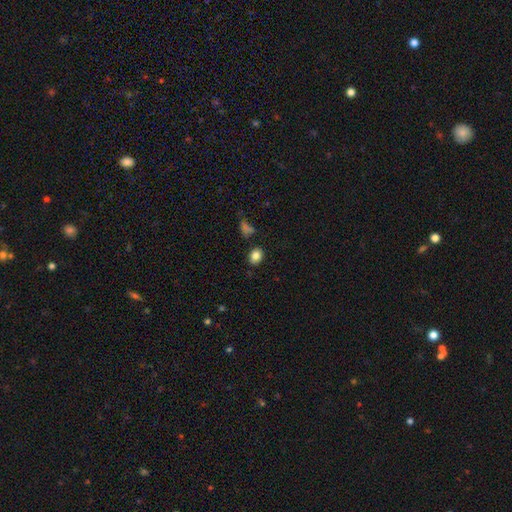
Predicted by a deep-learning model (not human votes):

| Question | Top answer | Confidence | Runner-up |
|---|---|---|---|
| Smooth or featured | smooth | 85% | star or artifact (10%) |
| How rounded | in between | 57% | round (42%) |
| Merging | none | 82% | minor disturbance (11%) |